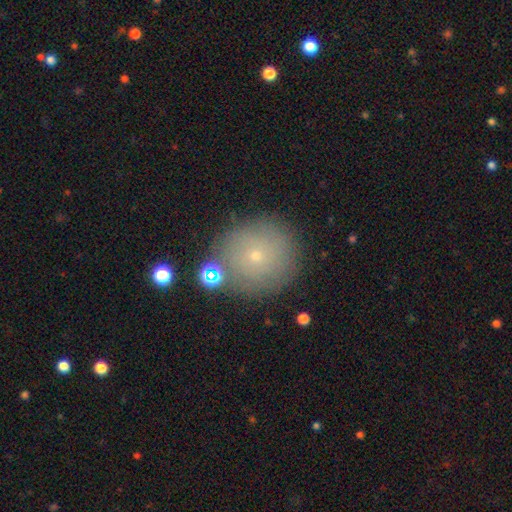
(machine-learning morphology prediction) A smooth galaxy with no disk features (59%) that is round (93%).

Vote fractions:
- Smooth or featured? smooth: 59% / featured or disk: 26% / star or artifact: 15%
- How rounded? round: 93% / in between: 6% / cigar-shaped: 1%
- Merging? none: 79% / minor disturbance: 12% / merger: 5% / major disturbance: 4%